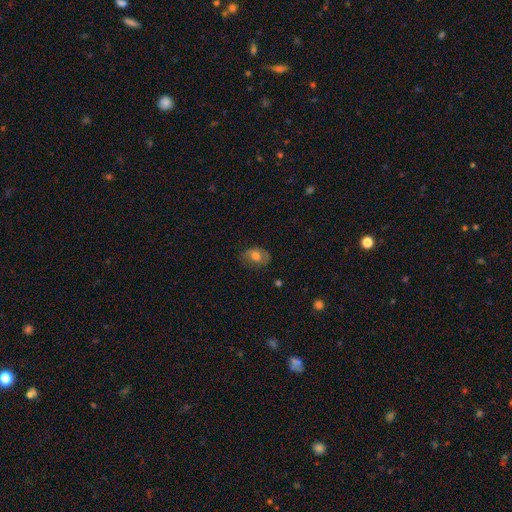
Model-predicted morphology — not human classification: This appears to be a smooth galaxy with no disk features (59%) that is in between round and cigar-shaped (74%). Merging: none (69%).